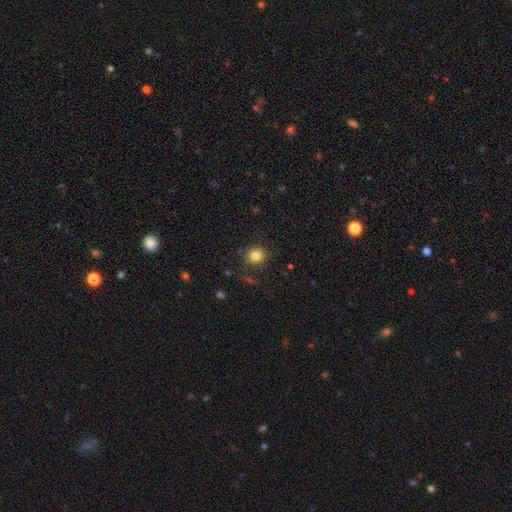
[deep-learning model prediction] This appears to be a smooth galaxy with no disk features (83%) that is round (80%). Merging: none (84%).